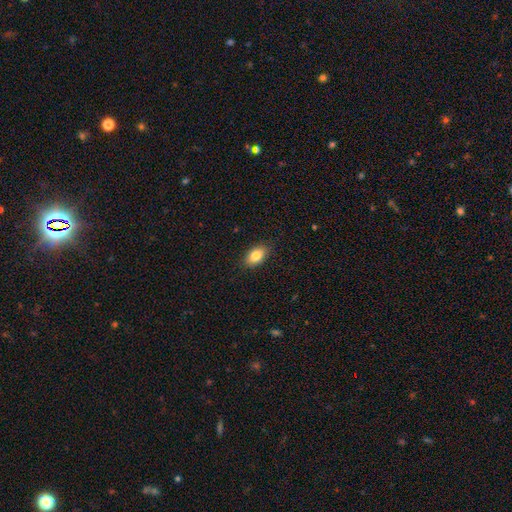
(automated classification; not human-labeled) A smooth galaxy with no disk features (84%) that is in between round and cigar-shaped (91%).

Vote fractions:
- Smooth or featured? smooth: 84% / featured or disk: 9% / star or artifact: 7%
- How rounded? in between: 91% / round: 7% / cigar-shaped: 2%
- Merging? none: 87% / minor disturbance: 10% / major disturbance: 2% / merger: 1%